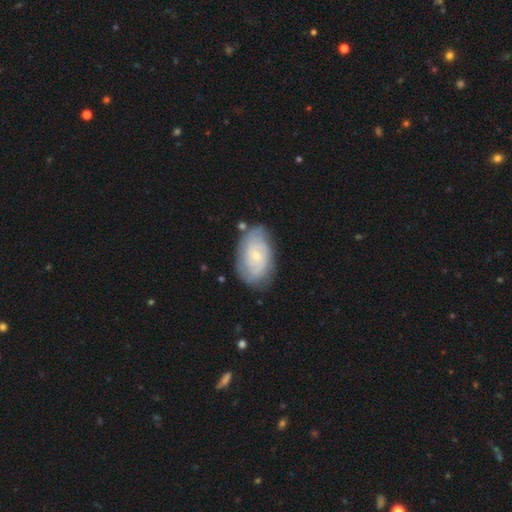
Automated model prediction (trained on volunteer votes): smooth-or-featured: featured or disk: 64% | smooth: 29% | star or artifact: 7%
  disk-edge-on: no: 95% | yes: 5%
    bar: no: 71% | weak: 25% | strong: 4%
    has-spiral-arms: yes: 85% | no: 15%
      spiral-winding: tight: 60% | medium: 29% | loose: 11%
      spiral-arm-count: can't tell: 46% | 2: 30% | 3: 11% | 4: 6% | 1: 4% | more than 4: 3%
    bulge-size: small: 76% | moderate: 20% | none: 2% | large: 1% | dominant: 1%
  merging: none: 74% | minor disturbance: 19% | major disturbance: 5% | merger: 3%